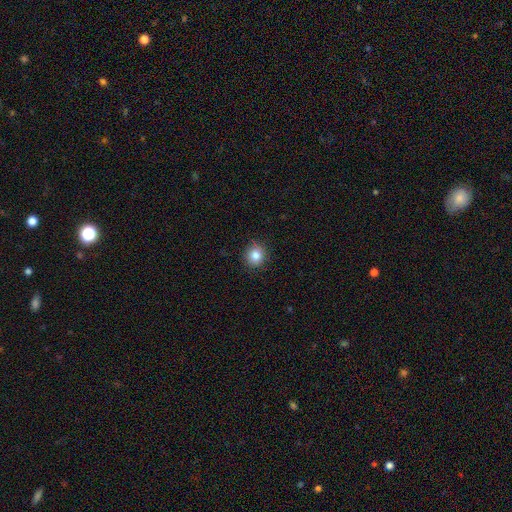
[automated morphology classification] The model was most divided on "smooth or featured": smooth: 84%, star or artifact: 11%, featured or disk: 6%. More confident: merging — none (89%); how rounded — round (88%).